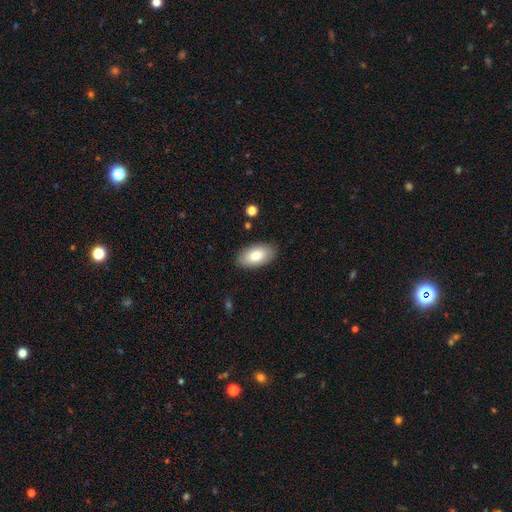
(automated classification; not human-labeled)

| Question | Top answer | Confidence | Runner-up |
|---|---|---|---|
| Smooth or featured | smooth | 79% | featured or disk (14%) |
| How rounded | in between | 94% | round (3%) |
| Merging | none | 87% | minor disturbance (10%) |